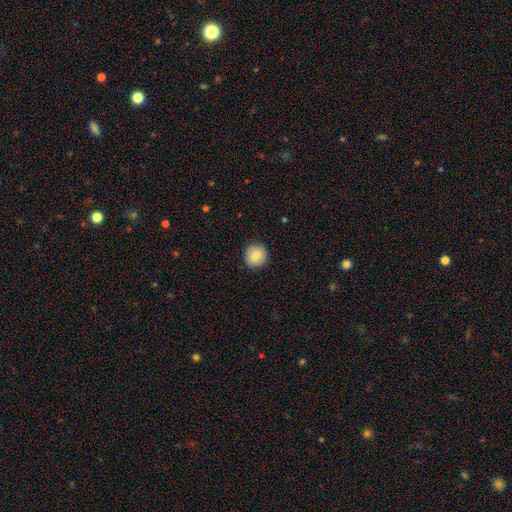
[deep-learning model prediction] Overall: smooth (81%). How rounded: round (94%). Merging: none (89%).